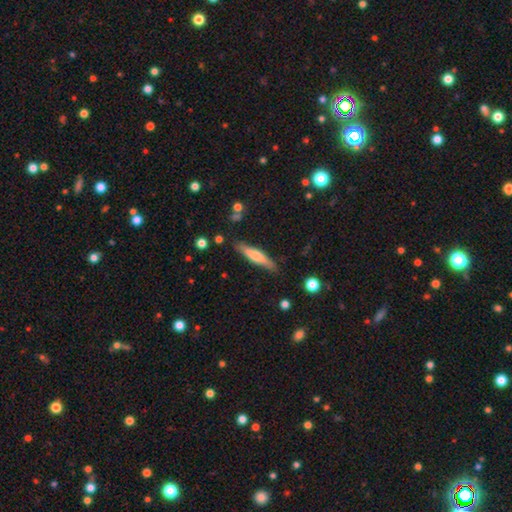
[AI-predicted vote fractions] Overall: smooth (58%; featured or disk 36%). How rounded: cigar-shaped (84%). Merging: none (83%).